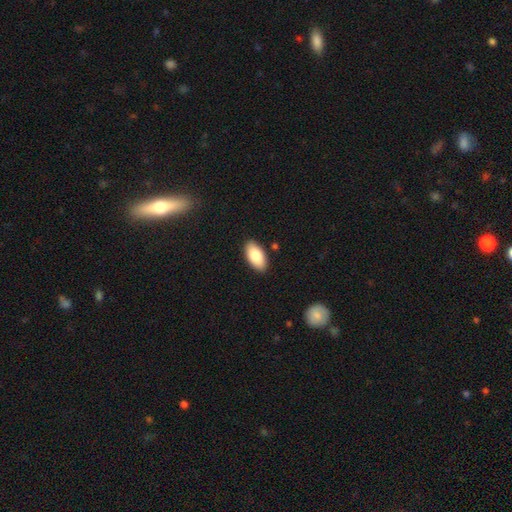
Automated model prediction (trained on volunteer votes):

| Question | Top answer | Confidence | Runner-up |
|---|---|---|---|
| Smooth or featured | smooth | 84% | featured or disk (9%) |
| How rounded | in between | 94% | cigar-shaped (4%) |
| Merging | none | 88% | minor disturbance (9%) |